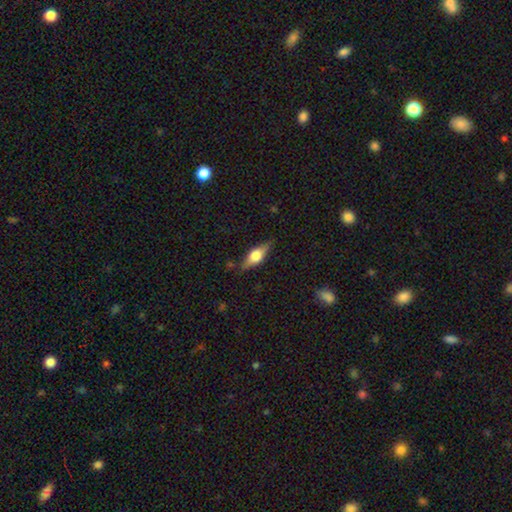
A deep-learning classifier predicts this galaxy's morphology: smooth-or-featured: featured or disk: 56% | smooth: 37% | star or artifact: 7%
  disk-edge-on: yes: 93% | no: 7%
    edge-on-bulge: rounded: 91% | boxy: 7% | none: 1%
  merging: none: 82% | minor disturbance: 14% | major disturbance: 3% | merger: 2%